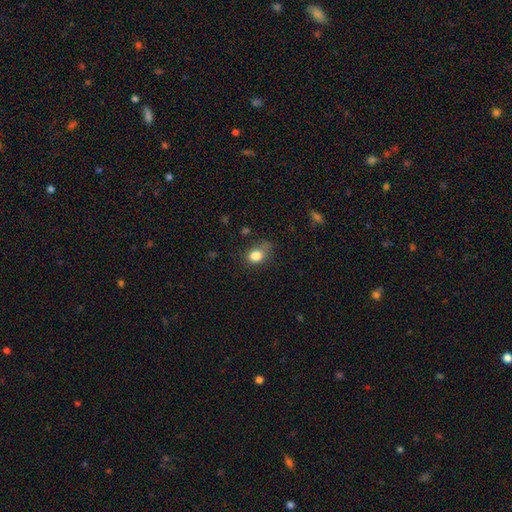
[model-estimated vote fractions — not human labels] A smooth galaxy with no disk features (82%) that is in between round and cigar-shaped (51%).

Vote fractions:
- Smooth or featured? smooth: 82% / star or artifact: 11% / featured or disk: 7%
- How rounded? in between: 51% / round: 48% / cigar-shaped: 1%
- Merging? none: 50% / minor disturbance: 34% / major disturbance: 13% / merger: 3%